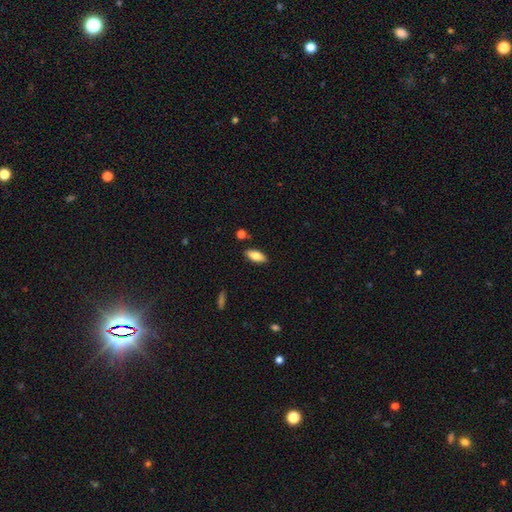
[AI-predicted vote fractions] This appears to be a smooth galaxy with no disk features (76%) that is in between round and cigar-shaped (82%). Merging: none (86%).